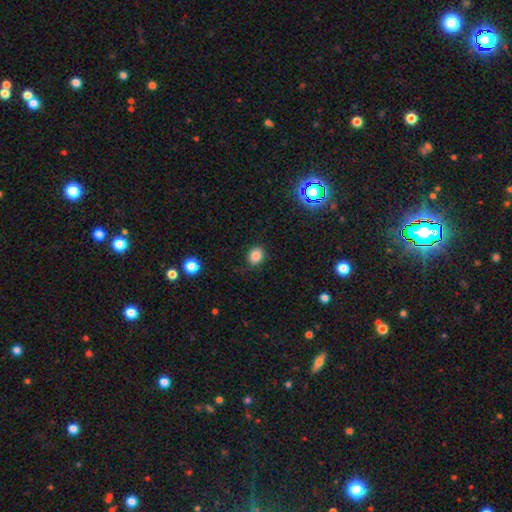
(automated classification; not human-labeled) Smooth or featured: smooth — 84% (star or artifact — 11%)
How rounded: round — 52% (in between — 47%)
Merging: none — 85% (minor disturbance — 11%)